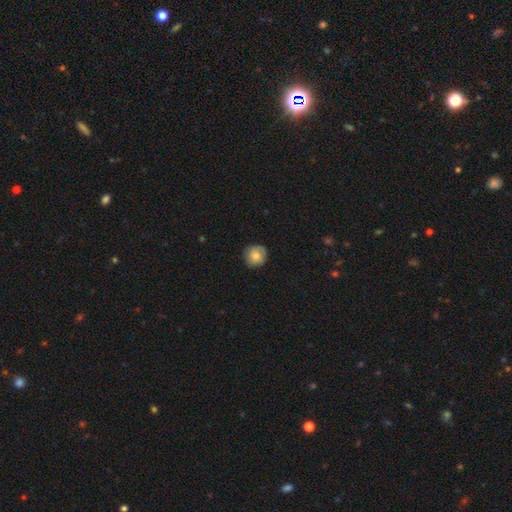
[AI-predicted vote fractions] This appears to be a smooth galaxy with no disk features (75%) that is round (90%). Merging: none (80%).